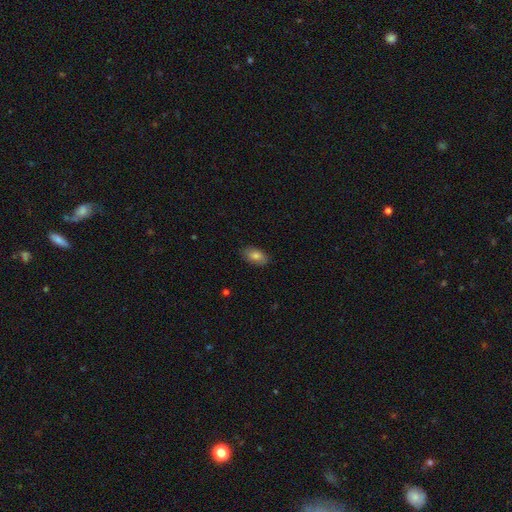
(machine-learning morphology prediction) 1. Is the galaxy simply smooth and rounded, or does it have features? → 80% smooth, 13% featured or disk, 8% star or artifact.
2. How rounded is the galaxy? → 92% in between, 5% round, 3% cigar-shaped.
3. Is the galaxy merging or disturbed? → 85% none, 12% minor disturbance, 2% major disturbance, 1% merger.